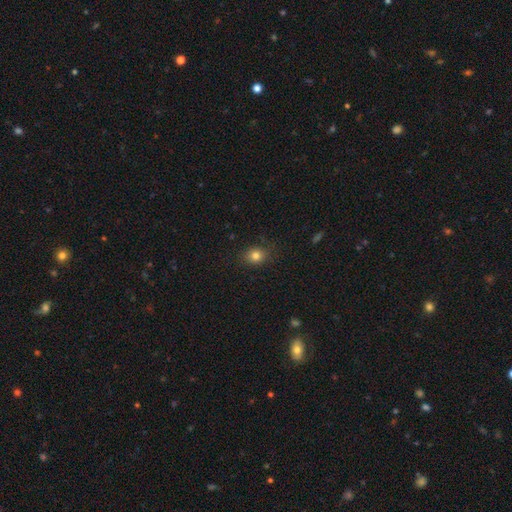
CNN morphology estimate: smooth_or_featured: smooth (p=0.81) [alt: star or artifact p=0.12]
how_rounded: round (p=0.62) [alt: in between p=0.37]
merging: none (p=0.83) [alt: minor disturbance p=0.12]